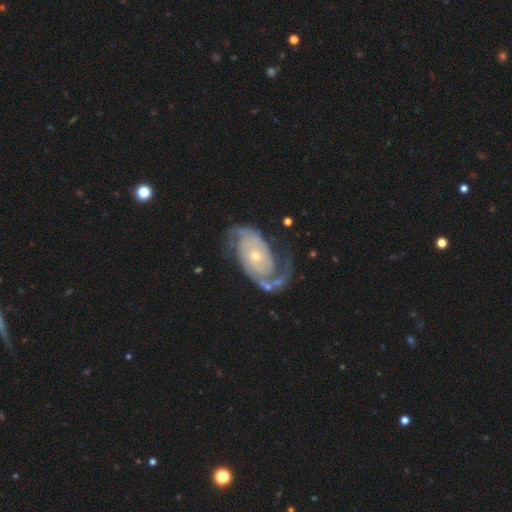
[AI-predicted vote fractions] The model was most divided on "spiral winding": tight: 43%, medium: 41%, loose: 16%. More confident: spiral arms — yes (97%); edge-on disk — no (97%); smooth or featured — featured or disk (90%); spiral arm count — 2 (85%); bar — no (71%); merging — none (65%); bulge size — small (64%).